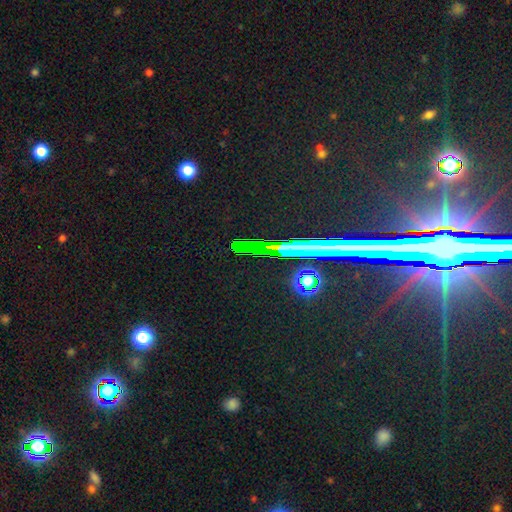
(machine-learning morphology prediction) Smooth or featured: star or artifact — 69% (featured or disk — 19%)